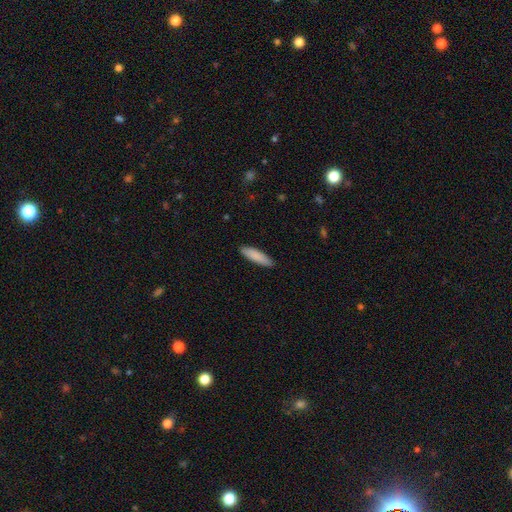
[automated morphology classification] A smooth galaxy with no disk features (87%) that is cigar-shaped (68%). Merging: none (89%).